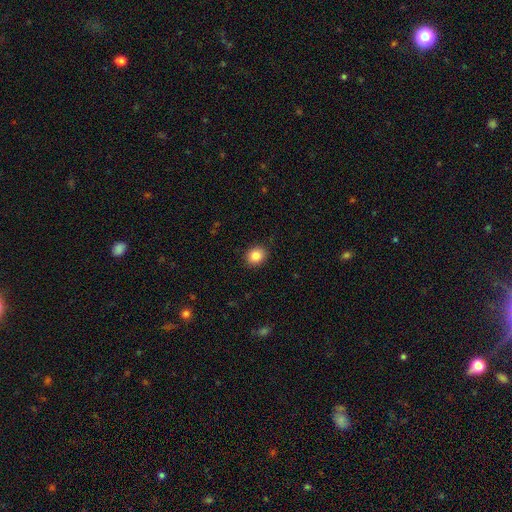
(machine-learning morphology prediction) Q: Smooth or featured?
A: smooth (85%); runner-up: star or artifact (9%)
Q: How rounded?
A: round (65%); runner-up: in between (34%)
Q: Merging?
A: none (90%); runner-up: minor disturbance (7%)